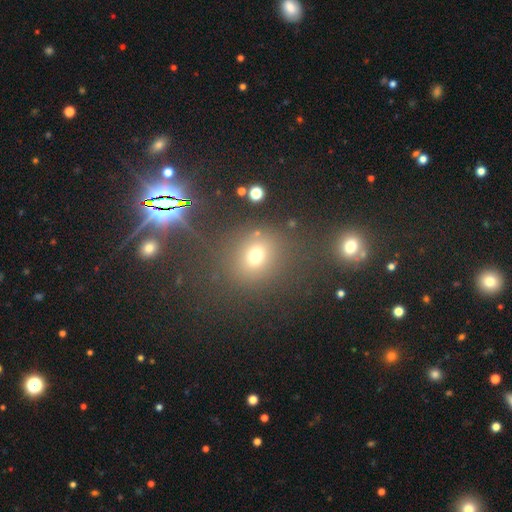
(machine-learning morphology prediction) The model was most divided on "smooth or featured": smooth: 66%, star or artifact: 24%, featured or disk: 10%. More confident: merging — none (77%); how rounded — round (73%).